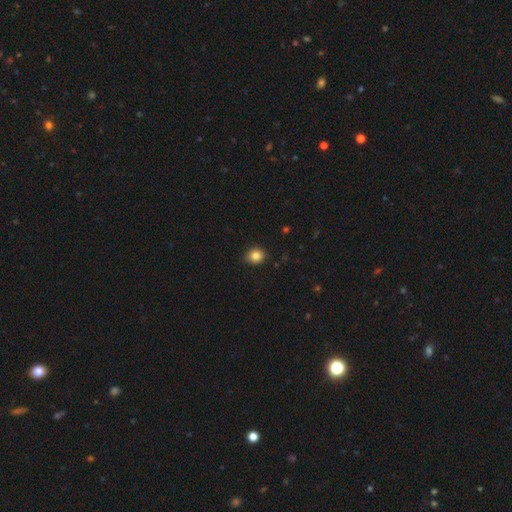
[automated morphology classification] Q: Smooth or featured?
A: smooth (84%); runner-up: star or artifact (11%)
Q: How rounded?
A: round (73%); runner-up: in between (26%)
Q: Merging?
A: none (86%); runner-up: minor disturbance (11%)